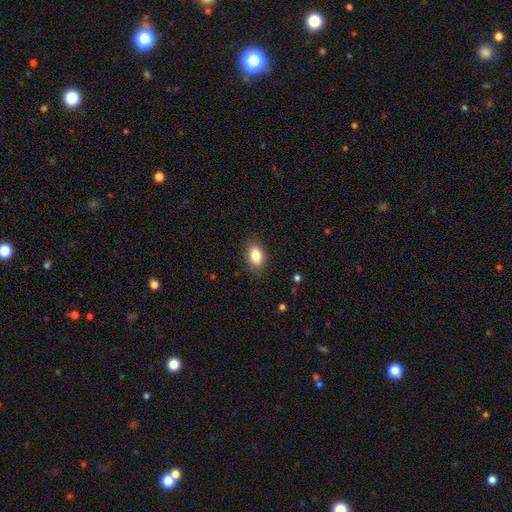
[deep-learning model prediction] smooth 85%, star or artifact 8%, featured or disk 7%. Down the decision tree: how rounded — in between (87%); merging — none (87%).